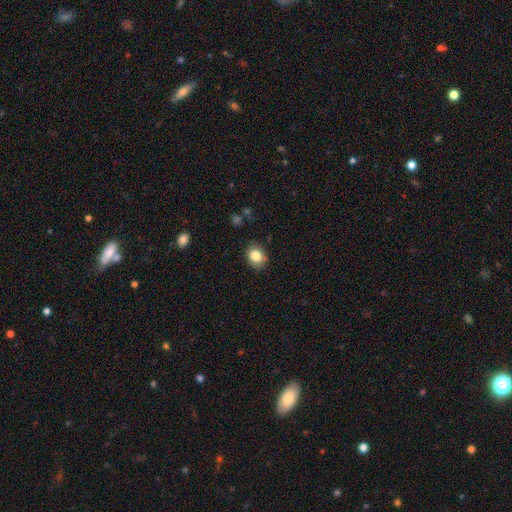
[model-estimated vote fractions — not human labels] A smooth galaxy with no disk features (84%) that is in between round and cigar-shaped (58%).

Vote fractions:
- Smooth or featured? smooth: 84% / star or artifact: 9% / featured or disk: 8%
- How rounded? in between: 58% / round: 41% / cigar-shaped: 1%
- Merging? none: 84% / minor disturbance: 12% / major disturbance: 3% / merger: 1%